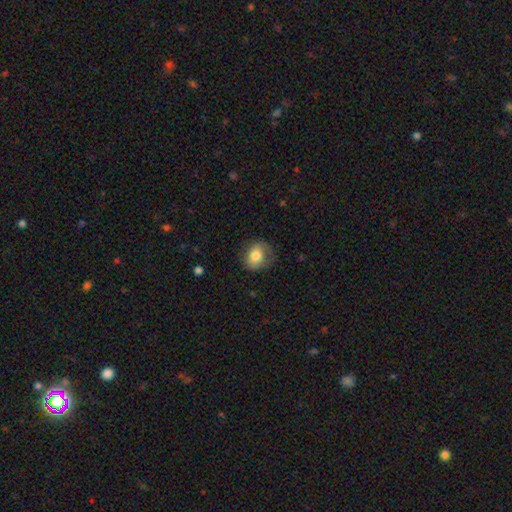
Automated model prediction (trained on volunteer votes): smooth-or-featured: smooth: 67% | featured or disk: 25% | star or artifact: 8%
  how-rounded: round: 61% | in between: 38% | cigar-shaped: 1%
  merging: none: 67% | minor disturbance: 22% | major disturbance: 10% | merger: 1%